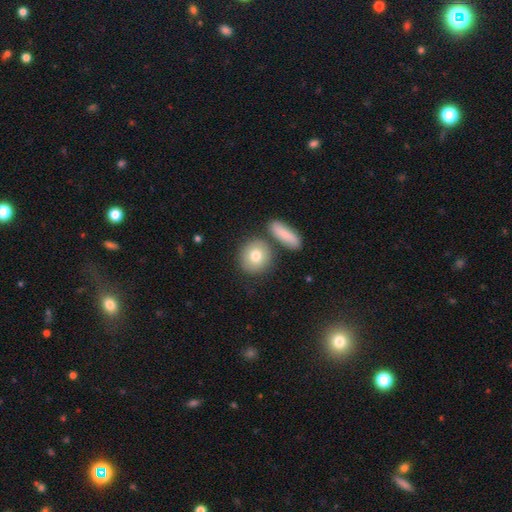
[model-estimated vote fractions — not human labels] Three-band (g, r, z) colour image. It shows a smooth galaxy with no disk features (79%) that is round (84%). Merging: none (74%).